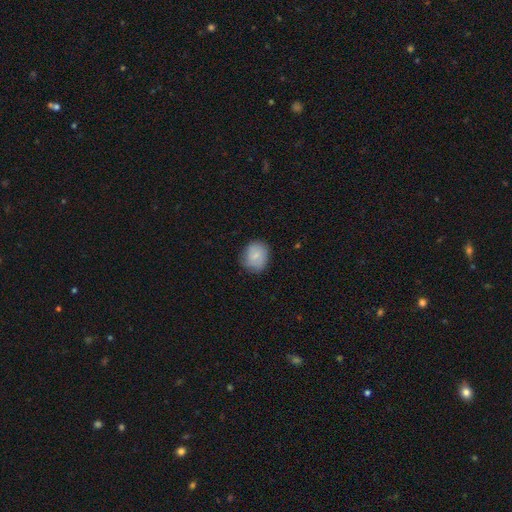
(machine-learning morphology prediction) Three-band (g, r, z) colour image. It shows a smooth galaxy with no disk features (76%) that is round (66%). Merging: none (73%).